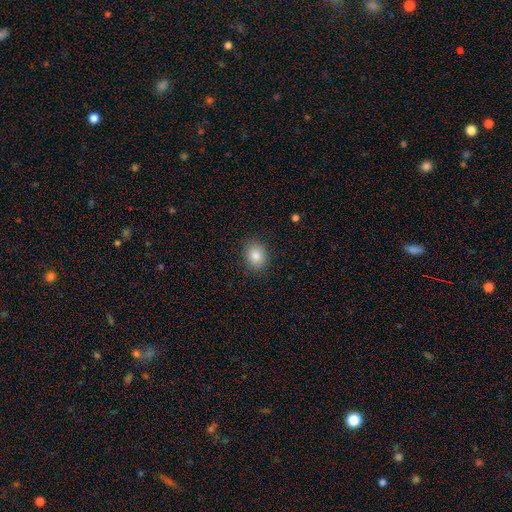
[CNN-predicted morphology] A smooth galaxy with no disk features (85%) that is round (50%).

Vote fractions:
- Smooth or featured? smooth: 85% / star or artifact: 9% / featured or disk: 6%
- How rounded? round: 50% / in between: 49% / cigar-shaped: 1%
- Merging? none: 88% / minor disturbance: 9% / major disturbance: 3% / merger: 1%